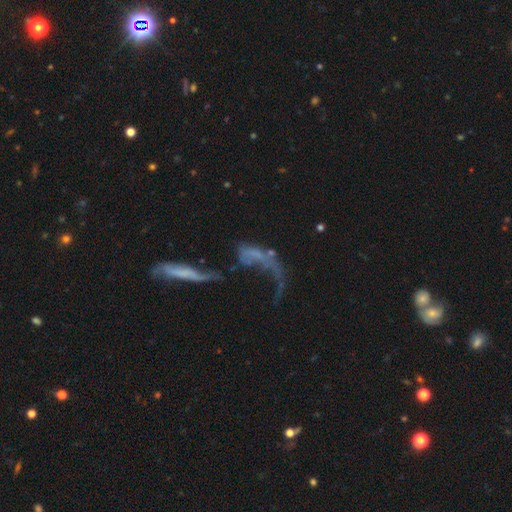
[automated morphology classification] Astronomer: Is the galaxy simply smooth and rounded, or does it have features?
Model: featured or disk — 54% (runner-up: smooth, 30%).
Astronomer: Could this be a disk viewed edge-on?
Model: no — 83%.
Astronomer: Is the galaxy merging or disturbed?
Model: merger — 36%, tied with major disturbance at 36%.